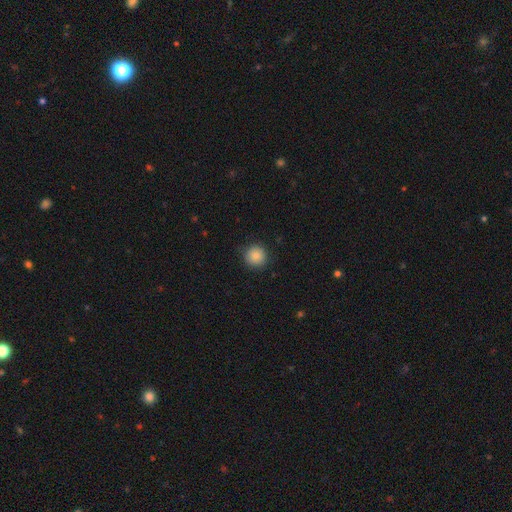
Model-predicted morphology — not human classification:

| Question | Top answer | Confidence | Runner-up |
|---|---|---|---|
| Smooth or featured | smooth | 83% | star or artifact (10%) |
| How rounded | round | 95% | in between (4%) |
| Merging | none | 88% | minor disturbance (9%) |